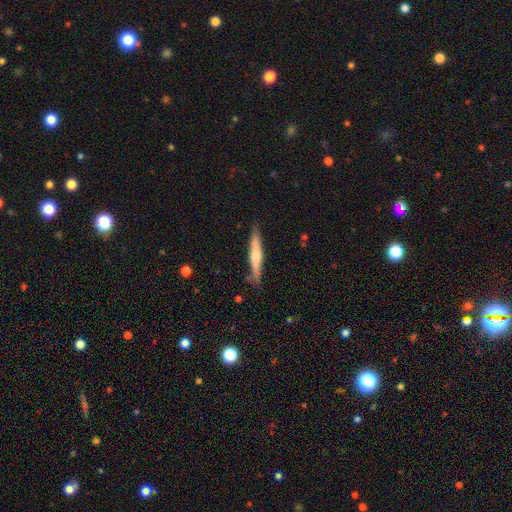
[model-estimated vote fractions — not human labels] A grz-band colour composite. It shows a smooth galaxy with no disk features (52%) that is cigar-shaped (92%). Merging: none (82%).